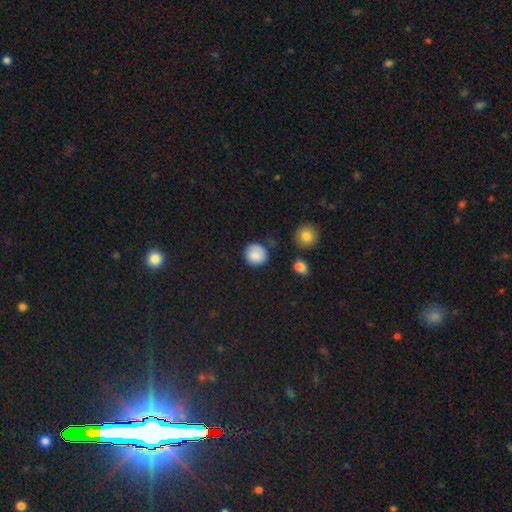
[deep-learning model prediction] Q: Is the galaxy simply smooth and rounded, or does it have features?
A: smooth — 86%.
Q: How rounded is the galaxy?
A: round — 92%.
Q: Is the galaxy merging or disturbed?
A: none — 80%.